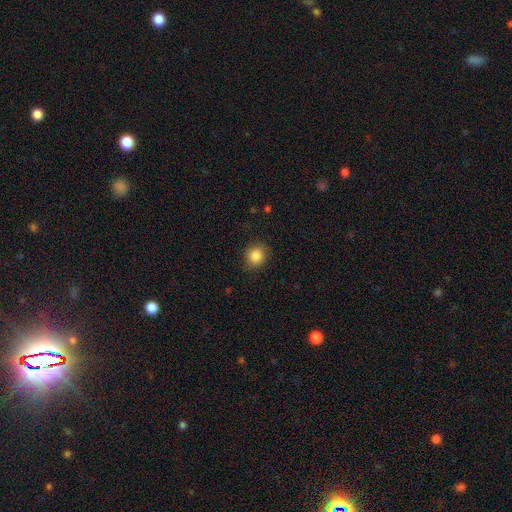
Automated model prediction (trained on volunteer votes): A smooth galaxy with no disk features (86%) that is round (82%).

Vote fractions:
- Smooth or featured? smooth: 86% / star or artifact: 10% / featured or disk: 4%
- How rounded? round: 82% / in between: 17% / cigar-shaped: 1%
- Merging? none: 86% / minor disturbance: 10% / major disturbance: 3% / merger: 1%